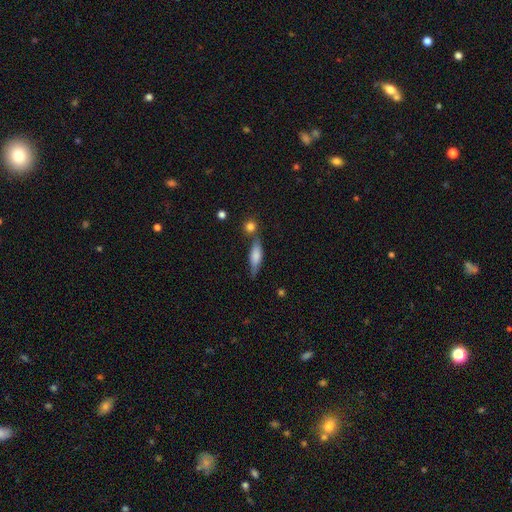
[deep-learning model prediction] Smooth or featured? smooth (62%)
How rounded? cigar-shaped (52%)
Merging? none (64%)